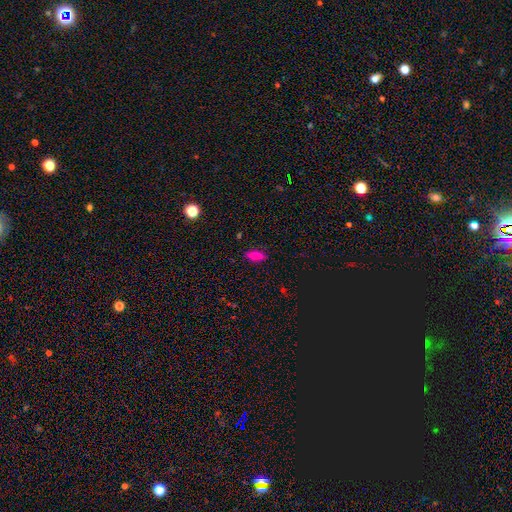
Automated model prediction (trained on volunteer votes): Overall: smooth (79%). How rounded: in between (79%). Merging: none (86%).